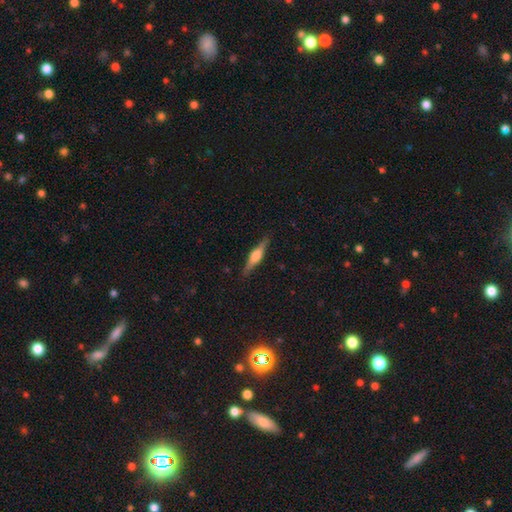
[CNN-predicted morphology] smooth-or-featured: featured or disk: 68% | smooth: 26% | star or artifact: 6%
  disk-edge-on: yes: 97% | no: 3%
    edge-on-bulge: rounded: 84% | boxy: 13% | none: 3%
  merging: none: 89% | minor disturbance: 8% | major disturbance: 2% | merger: 1%